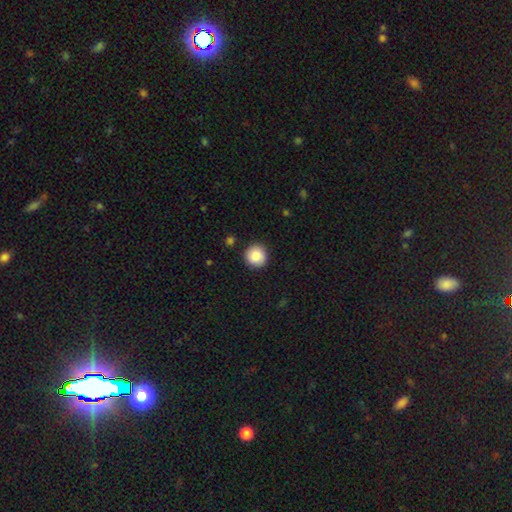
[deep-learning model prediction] Smooth or featured: smooth — 86% (star or artifact — 8%)
How rounded: round — 95% (in between — 4%)
Merging: none — 91% (minor disturbance — 6%)